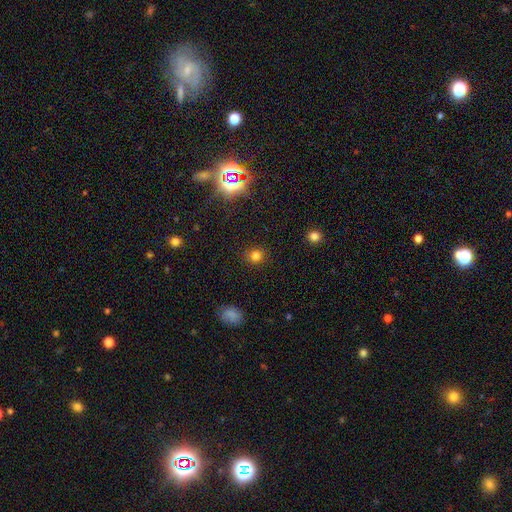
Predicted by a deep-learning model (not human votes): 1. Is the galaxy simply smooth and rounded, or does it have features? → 77% smooth, 17% star or artifact, 6% featured or disk.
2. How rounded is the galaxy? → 83% round, 16% in between, 1% cigar-shaped.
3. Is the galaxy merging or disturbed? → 88% none, 8% minor disturbance, 3% major disturbance, 1% merger.